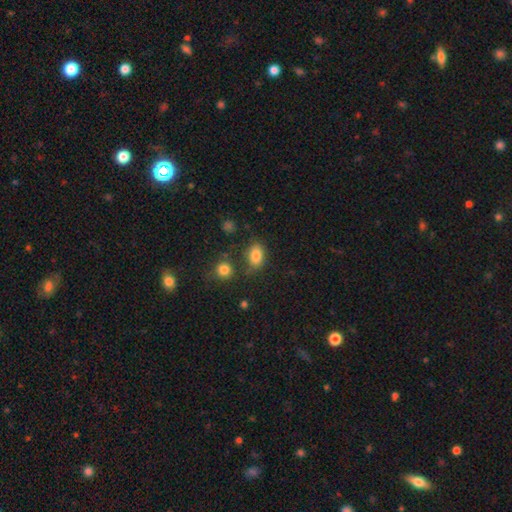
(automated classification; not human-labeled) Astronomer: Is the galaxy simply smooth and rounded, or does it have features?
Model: smooth — 83%.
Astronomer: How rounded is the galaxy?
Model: in between — 83%.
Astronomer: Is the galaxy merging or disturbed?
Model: none — 69%.